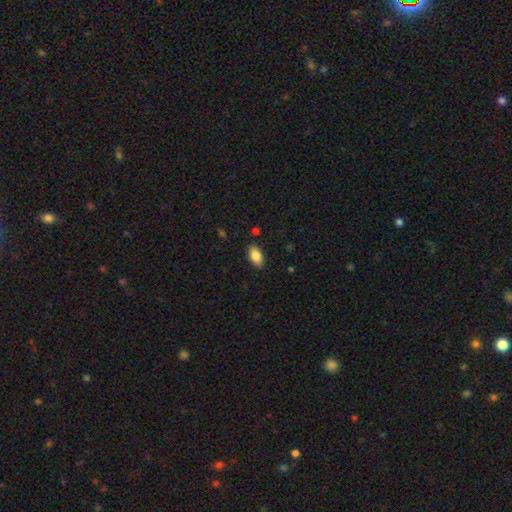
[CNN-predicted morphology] This appears to be a smooth galaxy with no disk features (86%) that is in between round and cigar-shaped (93%). Merging: none (87%).